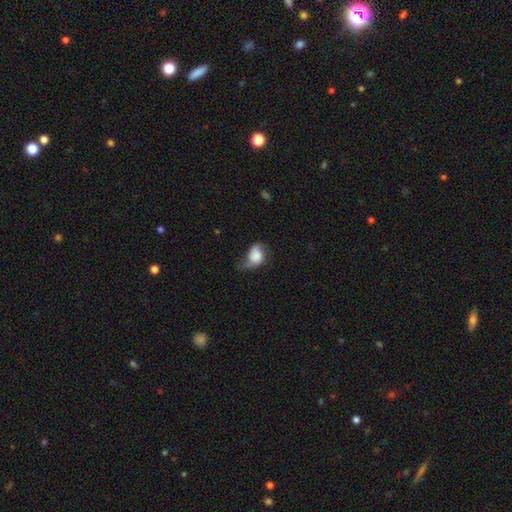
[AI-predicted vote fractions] Q: Smooth or featured?
A: smooth (57%); runner-up: featured or disk (34%)
Q: How rounded?
A: in between (71%); runner-up: round (28%)
Q: Merging?
A: minor disturbance (36%); runner-up: major disturbance (32%)